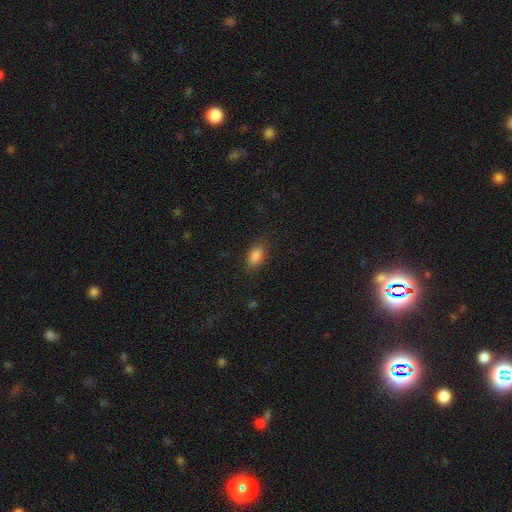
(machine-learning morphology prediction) Q: Smooth or featured?
A: smooth (86%); runner-up: star or artifact (9%)
Q: How rounded?
A: in between (87%); runner-up: cigar-shaped (8%)
Q: Merging?
A: none (84%); runner-up: minor disturbance (12%)